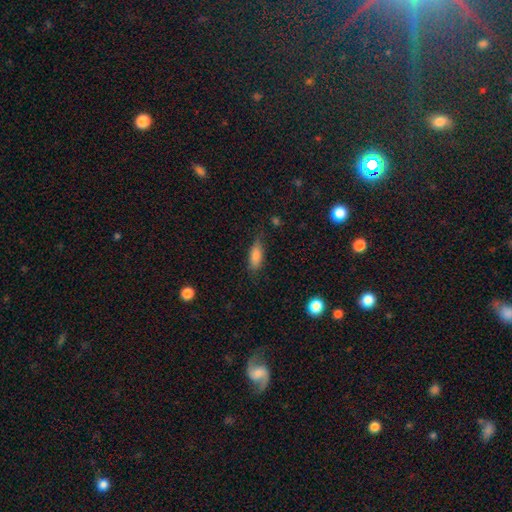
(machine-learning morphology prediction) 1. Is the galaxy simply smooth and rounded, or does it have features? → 78% smooth, 13% featured or disk, 8% star or artifact.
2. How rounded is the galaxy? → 68% in between, 29% cigar-shaped, 3% round.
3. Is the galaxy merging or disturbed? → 71% none, 22% minor disturbance, 5% major disturbance, 2% merger.